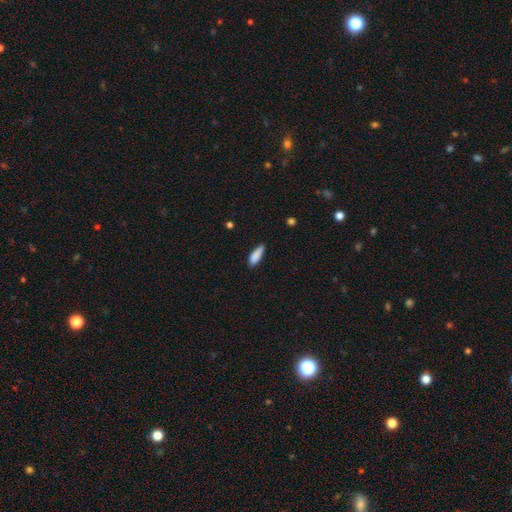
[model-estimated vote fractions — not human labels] Smooth or featured? Predicted: smooth (p=0.86). How rounded? Predicted: in between (p=0.51). Merging? Predicted: none (p=0.68).